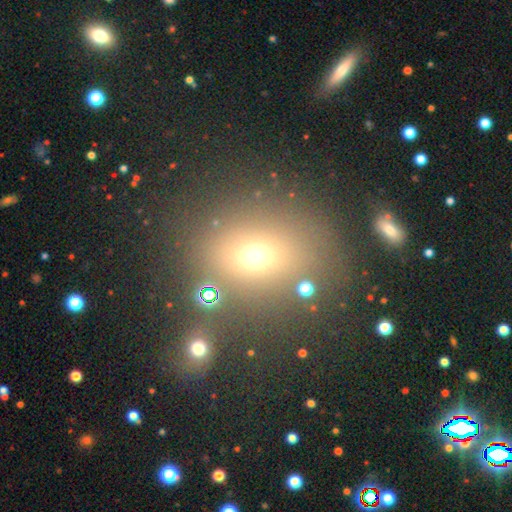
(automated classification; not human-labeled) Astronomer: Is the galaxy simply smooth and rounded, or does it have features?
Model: smooth — 64%.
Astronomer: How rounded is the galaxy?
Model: round — 59% (runner-up: in between, 39%).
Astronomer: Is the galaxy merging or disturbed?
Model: none — 73%.